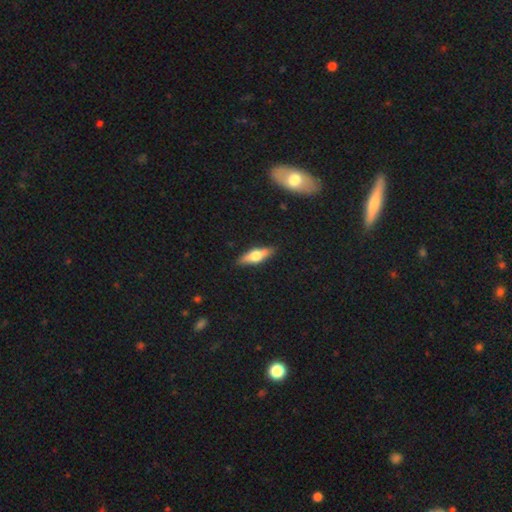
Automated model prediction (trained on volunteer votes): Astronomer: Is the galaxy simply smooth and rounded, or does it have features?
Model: smooth — 50% (runner-up: featured or disk, 43%).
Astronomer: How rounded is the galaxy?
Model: cigar-shaped — 51% (runner-up: in between, 46%).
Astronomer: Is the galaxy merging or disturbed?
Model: none — 88%.